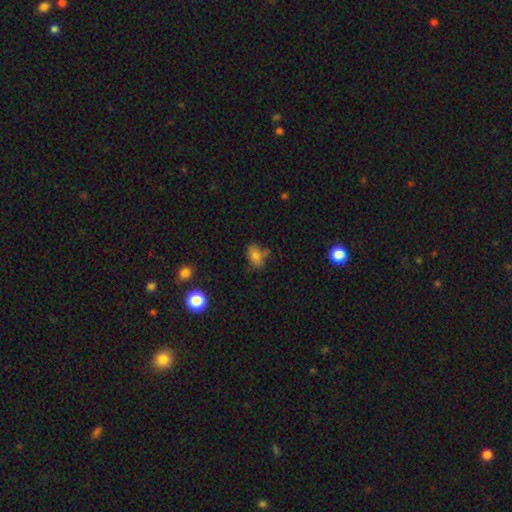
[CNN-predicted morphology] Q: Smooth or featured?
A: smooth (76%); runner-up: star or artifact (12%)
Q: How rounded?
A: in between (80%); runner-up: round (17%)
Q: Merging?
A: none (59%); runner-up: minor disturbance (25%)